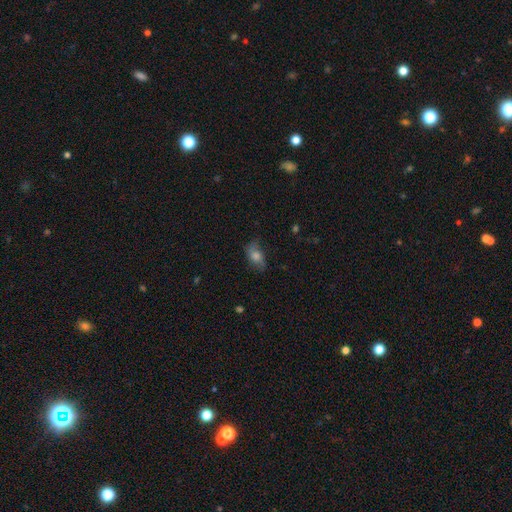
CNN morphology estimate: smooth_or_featured: smooth (p=0.53) [alt: featured or disk p=0.35]
how_rounded: in between (p=0.81) [alt: round p=0.13]
merging: none (p=0.68) [alt: minor disturbance p=0.22]